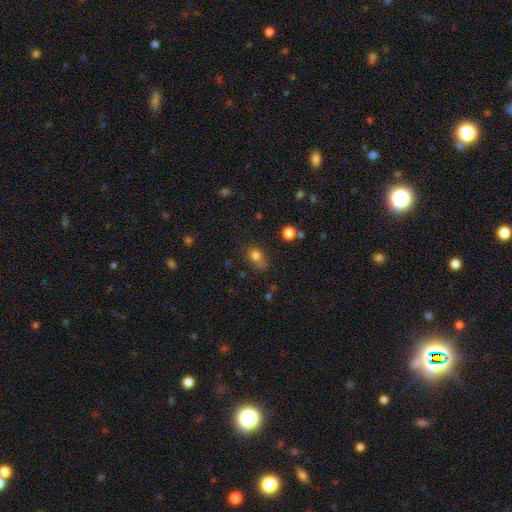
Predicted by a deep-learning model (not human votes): smooth 79%, star or artifact 13%, featured or disk 8%. Down the decision tree: how rounded — in between (61%); merging — none (53%).